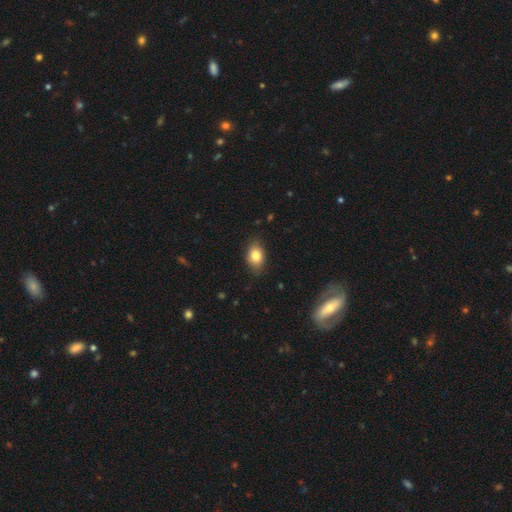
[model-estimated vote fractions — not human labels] The model was most divided on "how rounded": in between: 80%, round: 18%, cigar-shaped: 2%. More confident: smooth or featured — smooth (82%); merging — none (80%).